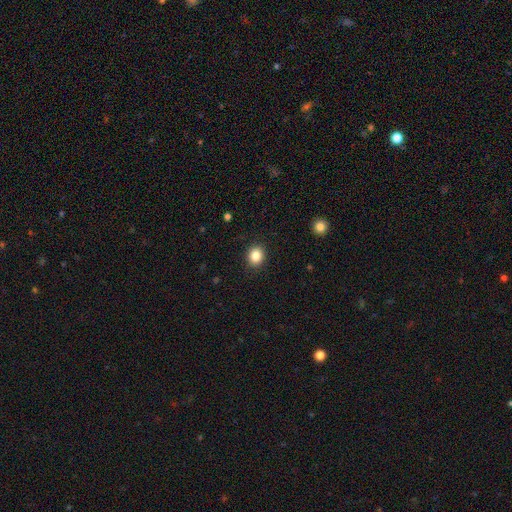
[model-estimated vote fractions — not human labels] smooth 85%, star or artifact 10%, featured or disk 5%. Down the decision tree: how rounded — round (72%); merging — none (90%).